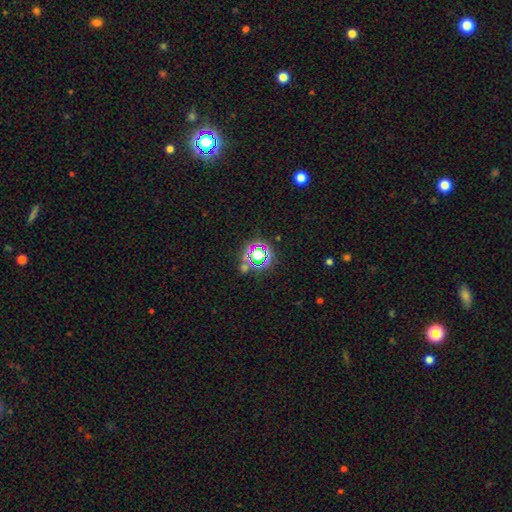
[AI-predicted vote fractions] smooth-or-featured: star or artifact: 60% | smooth: 29% | featured or disk: 11%